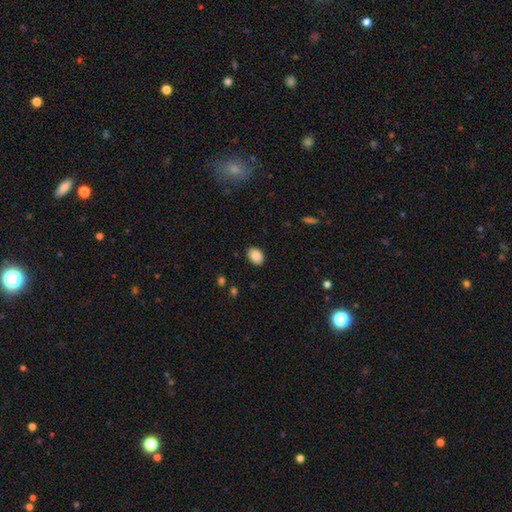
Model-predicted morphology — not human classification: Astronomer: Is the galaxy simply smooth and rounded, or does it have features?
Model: smooth — 89%.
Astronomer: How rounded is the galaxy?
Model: in between — 78%.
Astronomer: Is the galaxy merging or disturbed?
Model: none — 87%.